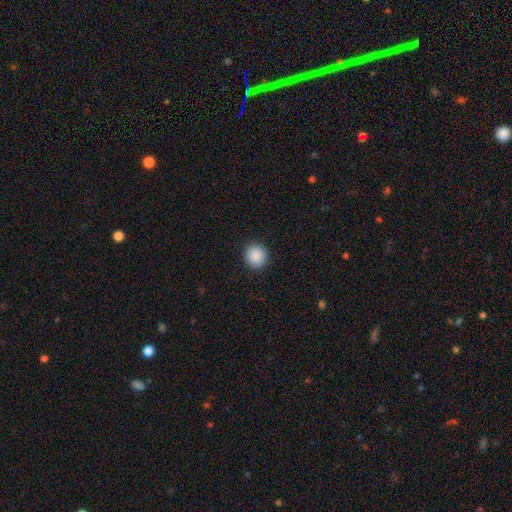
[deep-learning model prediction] Smooth or featured? smooth (89%)
How rounded? round (91%)
Merging? none (92%)